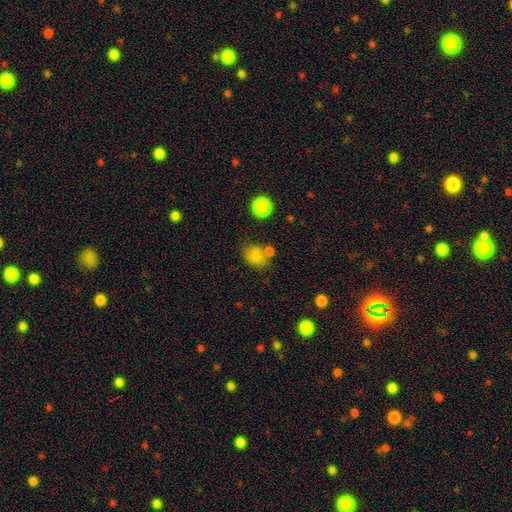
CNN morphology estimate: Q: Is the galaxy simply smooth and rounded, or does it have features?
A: smooth — 79%.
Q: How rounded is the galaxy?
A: round — 56%.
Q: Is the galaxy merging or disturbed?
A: none — 56%.